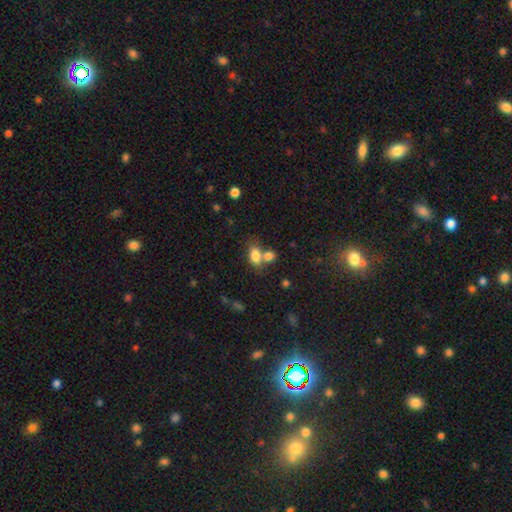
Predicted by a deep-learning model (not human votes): The model was most divided on "merging": merger: 43%, none: 40%, minor disturbance: 11%, major disturbance: 5%. More confident: how rounded — in between (84%); smooth or featured — smooth (80%).